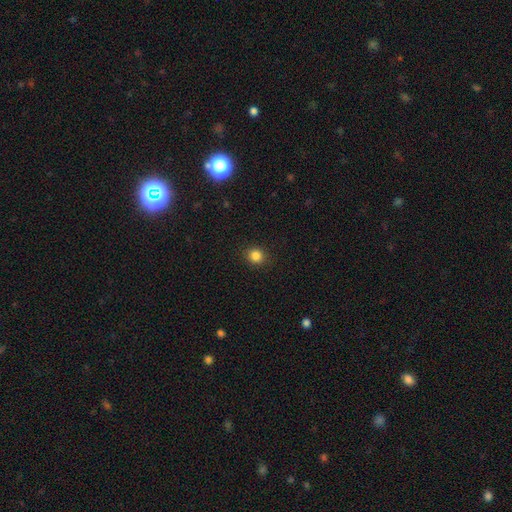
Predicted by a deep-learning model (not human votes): A smooth galaxy with no disk features (85%) that is round (84%). Merging: none (90%).